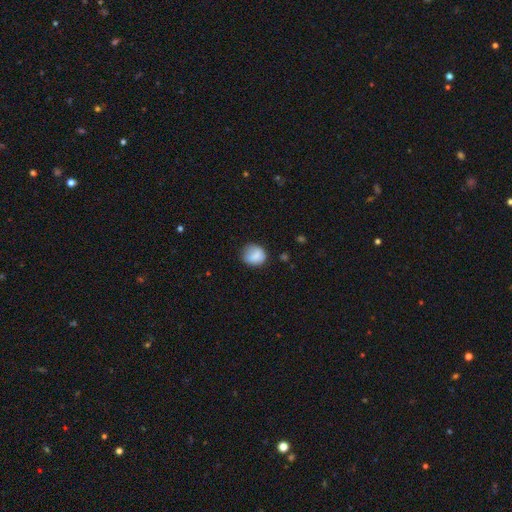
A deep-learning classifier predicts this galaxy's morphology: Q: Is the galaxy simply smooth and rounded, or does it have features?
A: smooth — 82%.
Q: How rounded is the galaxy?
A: round — 71%.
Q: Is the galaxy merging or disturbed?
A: none — 67%.